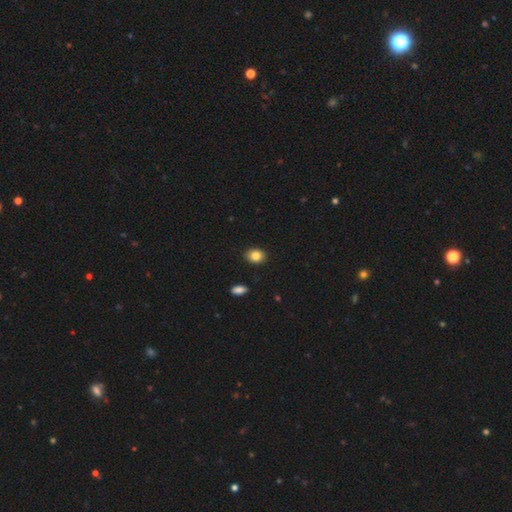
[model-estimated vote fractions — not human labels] The model was most divided on "how rounded": in between: 61%, round: 38%, cigar-shaped: 1%. More confident: merging — none (89%); smooth or featured — smooth (86%).